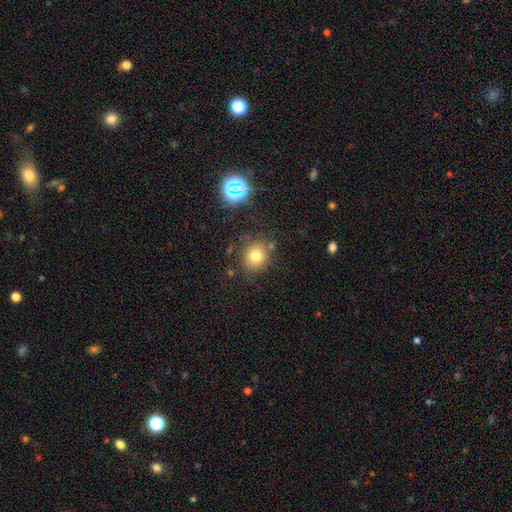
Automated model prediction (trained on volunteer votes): The model was most divided on "smooth or featured": smooth: 75%, star or artifact: 16%, featured or disk: 9%. More confident: how rounded — round (82%); merging — none (79%).